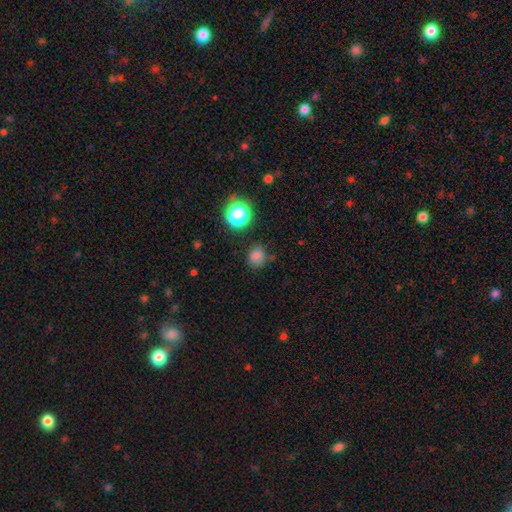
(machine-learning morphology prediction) type=smooth (77%); roundness=round (78%); merging=none (73%).